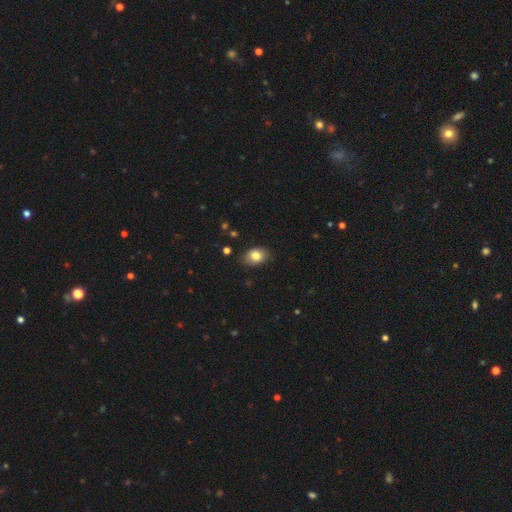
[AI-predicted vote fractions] This is clearly a smooth galaxy (82%). How rounded: likely in between (75%). Merging: clearly none (84%).